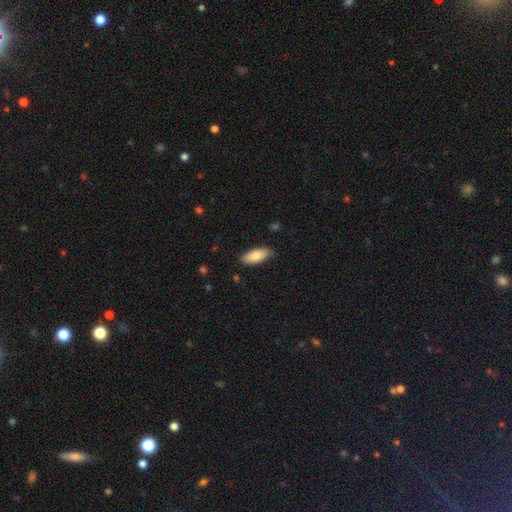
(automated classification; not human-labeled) This appears to be a smooth galaxy with no disk features (87%) that is in between round and cigar-shaped (85%). Merging: none (83%).